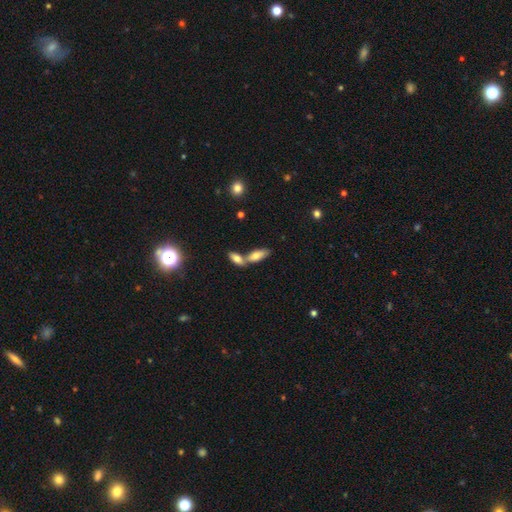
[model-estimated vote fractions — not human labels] A smooth galaxy with no disk features (76%) that is in between round and cigar-shaped (78%).

Vote fractions:
- Smooth or featured? smooth: 76% / featured or disk: 16% / star or artifact: 7%
- How rounded? in between: 78% / cigar-shaped: 19% / round: 3%
- Merging? merger: 51% / none: 37% / minor disturbance: 8% / major disturbance: 3%